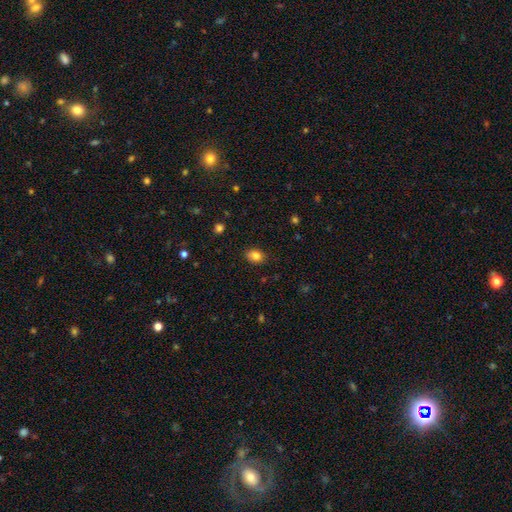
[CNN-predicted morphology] This appears to be a smooth galaxy with no disk features (82%) that is in between round and cigar-shaped (66%). Merging: none (83%).